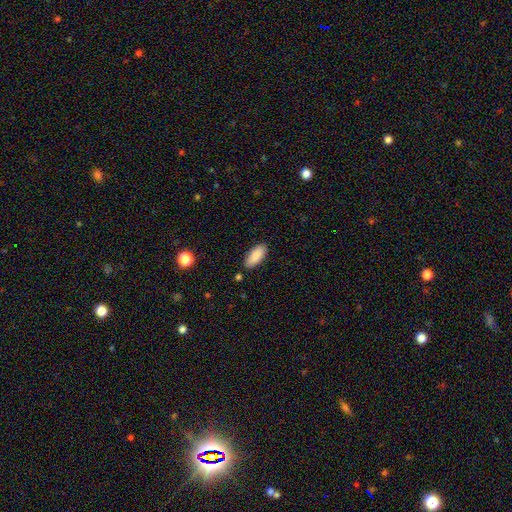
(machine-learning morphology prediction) smooth 89%, star or artifact 6%, featured or disk 5%. Down the decision tree: how rounded — in between (85%); merging — none (86%).